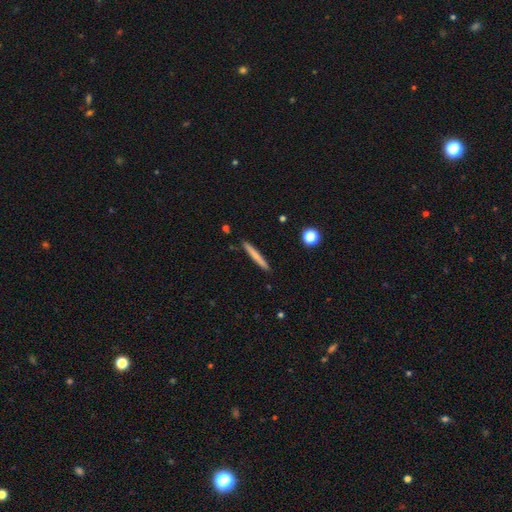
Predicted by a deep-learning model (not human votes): The model was most divided on "smooth or featured": smooth: 68%, featured or disk: 26%, star or artifact: 6%. More confident: how rounded — cigar-shaped (96%); merging — none (91%).